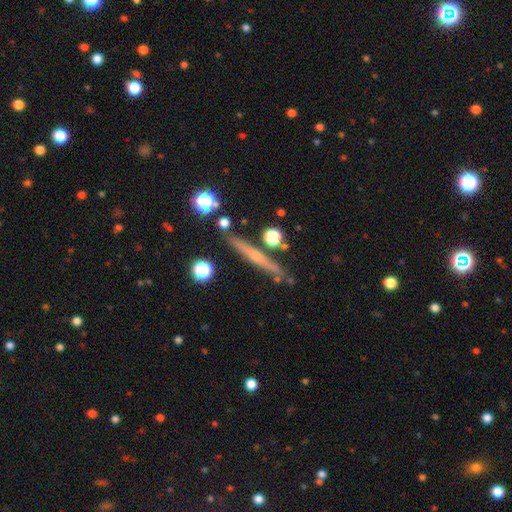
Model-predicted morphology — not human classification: smooth-or-featured: featured or disk: 57% | smooth: 34% | star or artifact: 9%
  disk-edge-on: yes: 96% | no: 4%
    edge-on-bulge: none: 48% | rounded: 46% | boxy: 6%
  merging: none: 85% | minor disturbance: 9% | merger: 4% | major disturbance: 2%